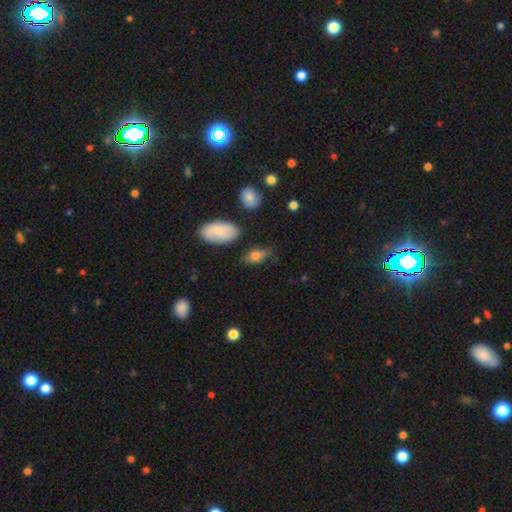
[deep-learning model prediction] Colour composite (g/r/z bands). It shows a smooth galaxy with no disk features (70%) that is in between round and cigar-shaped (82%). Merging: none (65%).